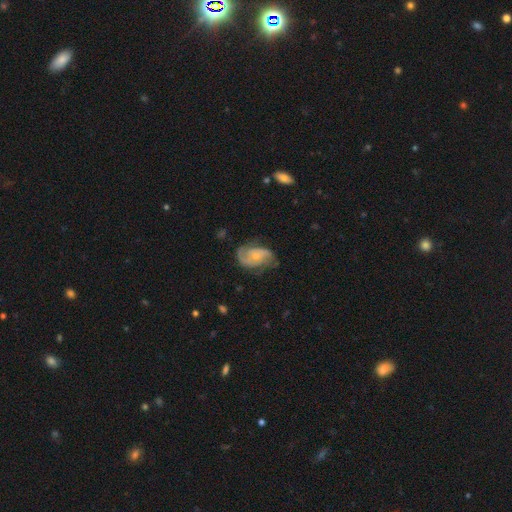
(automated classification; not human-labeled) featured or disk 79%, smooth 15%, star or artifact 6%. Down the decision tree: edge-on disk — no (97%); bar — no (68%); spiral arms — yes (93%); spiral arm count — 2 (70%); spiral winding — medium (48%); bulge size — small (63%); merging — none (62%).